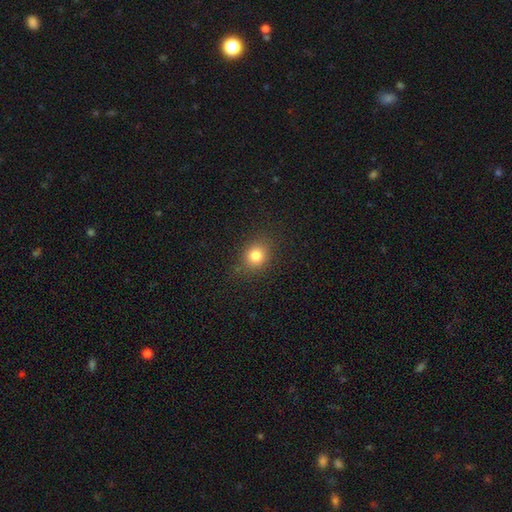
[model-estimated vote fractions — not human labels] A smooth galaxy with no disk features (81%) that is round (71%).

Vote fractions:
- Smooth or featured? smooth: 81% / star or artifact: 12% / featured or disk: 7%
- How rounded? round: 71% / in between: 28% / cigar-shaped: 1%
- Merging? none: 82% / minor disturbance: 12% / major disturbance: 4% / merger: 1%